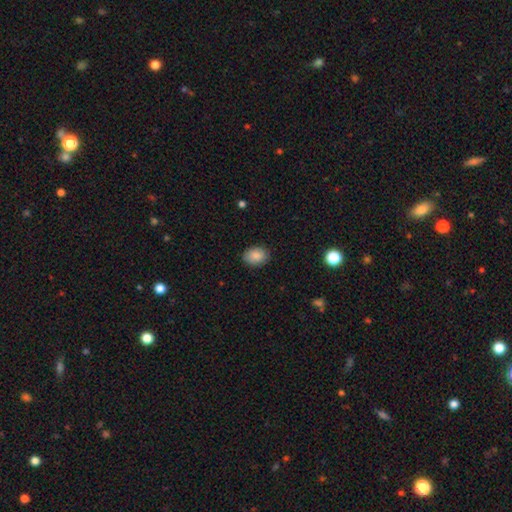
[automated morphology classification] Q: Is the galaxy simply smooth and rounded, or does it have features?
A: smooth — 87%.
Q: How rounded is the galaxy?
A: in between — 72%.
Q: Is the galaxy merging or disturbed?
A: none — 87%.